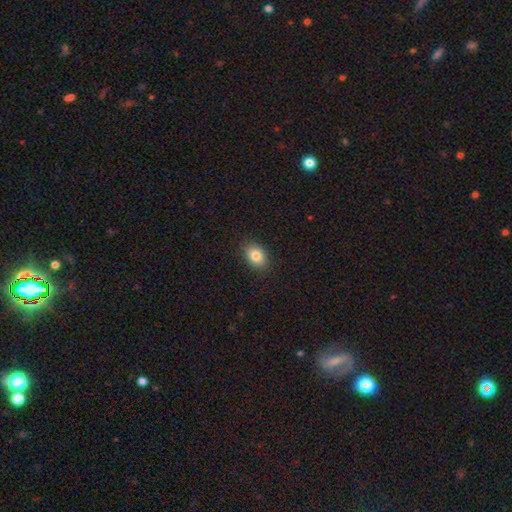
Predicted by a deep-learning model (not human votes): A smooth galaxy with no disk features (83%) that is in between round and cigar-shaped (77%). Merging: none (88%).